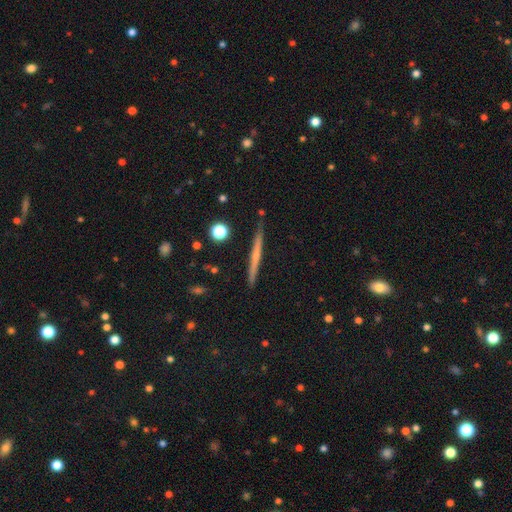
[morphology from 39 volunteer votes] A featured or disk galaxy (56%) viewed edge-on (100%) with no central bulge (50%).

Vote fractions:
- Smooth or featured? featured or disk: 56% / smooth: 33% / star or artifact: 10%
- Edge-on disk? yes: 100% / no: 0%
- Edge-on bulge? none: 50% / rounded: 45% / boxy: 5%
- Merging? none: 80% / minor disturbance: 14% / major disturbance: 3% / merger: 3%